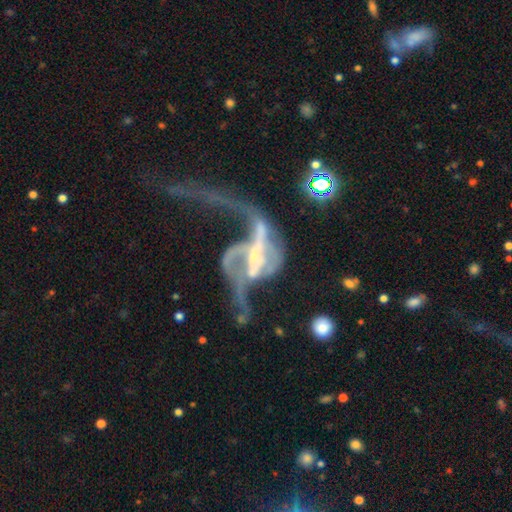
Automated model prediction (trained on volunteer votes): This is clearly a featured or disk galaxy (83%). It is clearly not viewed edge-on (92%). Bar: possibly strong (45%). Spiral arm pattern: clearly yes (80%). Spiral arm count: likely 2 (62%). Spiral winding: likely loose (77%). Central bulge: marginally small (37%). Merging: possibly major disturbance (50%).